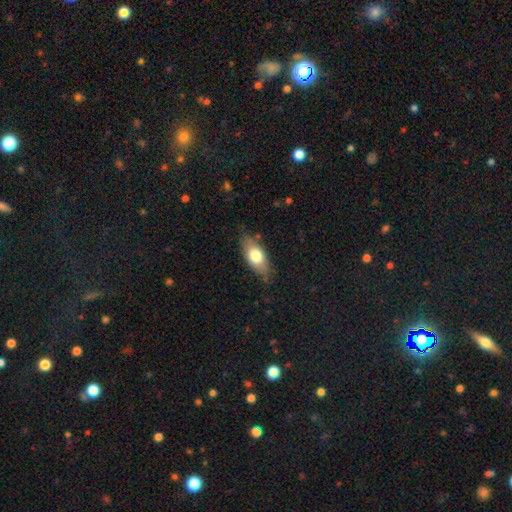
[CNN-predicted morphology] A smooth galaxy with no disk features (70%) that is in between round and cigar-shaped (84%). Merging: none (76%).